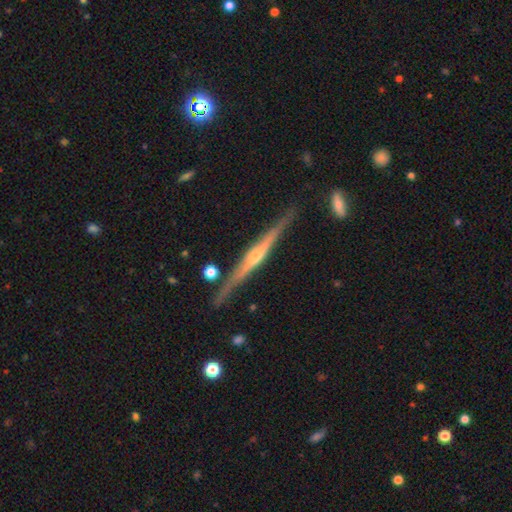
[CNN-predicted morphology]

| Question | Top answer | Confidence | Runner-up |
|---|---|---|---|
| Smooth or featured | featured or disk | 82% | smooth (12%) |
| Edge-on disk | yes | 98% | no (2%) |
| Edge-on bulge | rounded | 78% | none (14%) |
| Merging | none | 87% | minor disturbance (9%) |